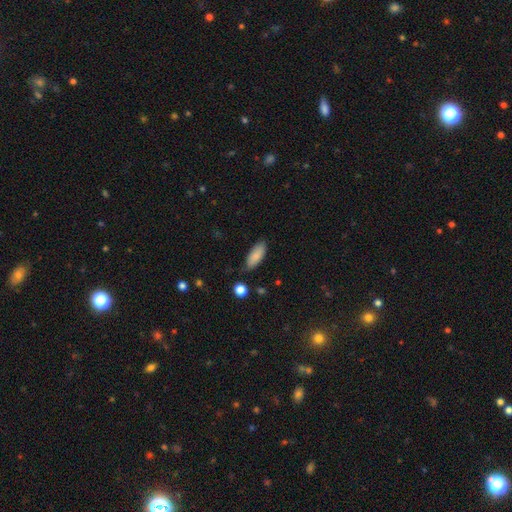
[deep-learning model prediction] Morphology: type=smooth (87%); roundness=in between (78%); merging=none (78%).